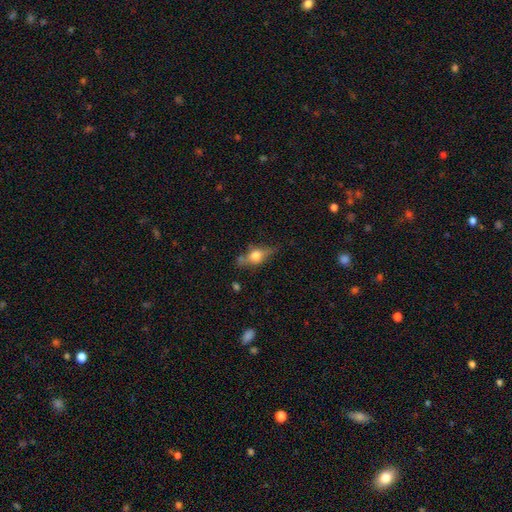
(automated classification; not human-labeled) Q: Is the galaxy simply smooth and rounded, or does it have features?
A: smooth — 48%.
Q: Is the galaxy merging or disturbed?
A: none — 63%.